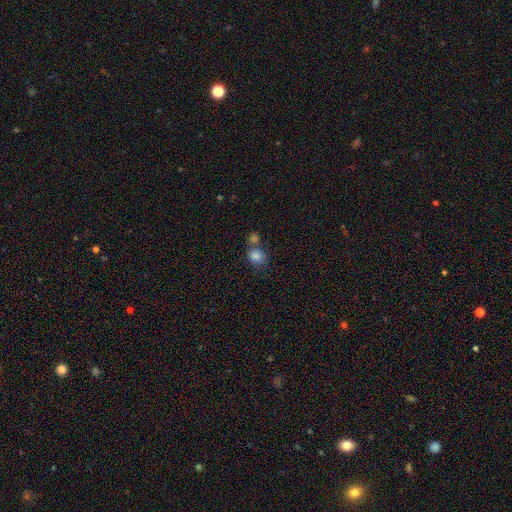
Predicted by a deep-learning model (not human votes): Smooth or featured: smooth — 83% (star or artifact — 10%)
How rounded: round — 56% (in between — 43%)
Merging: none — 45% (merger — 39%)